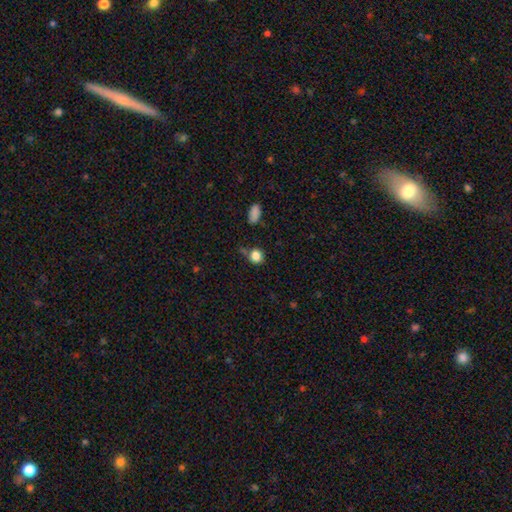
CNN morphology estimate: This is clearly a smooth galaxy (83%). How rounded: likely round (80%). Merging: likely none (66%).